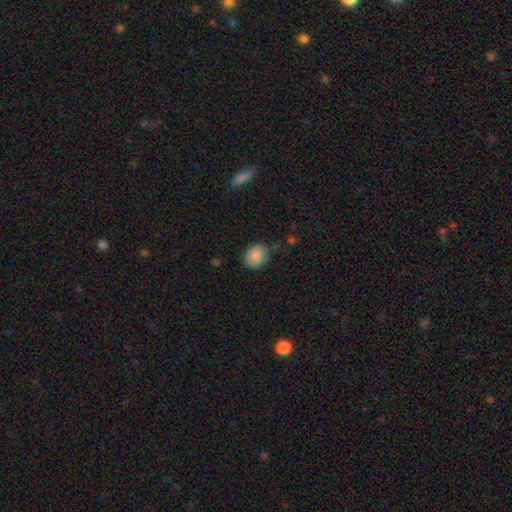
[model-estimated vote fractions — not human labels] This appears to be a smooth galaxy with no disk features (88%) that is round (58%). Merging: none (69%).